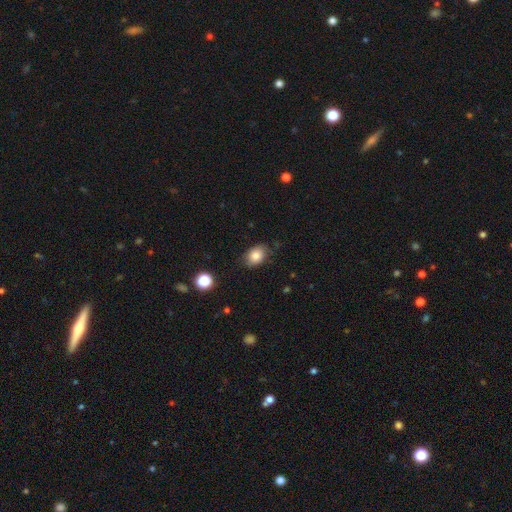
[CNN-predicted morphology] smooth_or_featured: smooth (p=0.82) [alt: star or artifact p=0.09]
how_rounded: in between (p=0.75) [alt: round p=0.24]
merging: none (p=0.77) [alt: minor disturbance p=0.17]